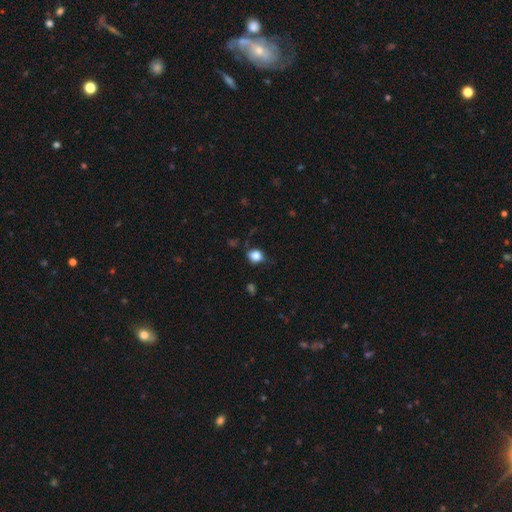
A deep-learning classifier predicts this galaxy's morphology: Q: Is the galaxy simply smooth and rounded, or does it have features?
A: smooth — 82%.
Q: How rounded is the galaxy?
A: round — 62%.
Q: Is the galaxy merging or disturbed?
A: none — 69%.